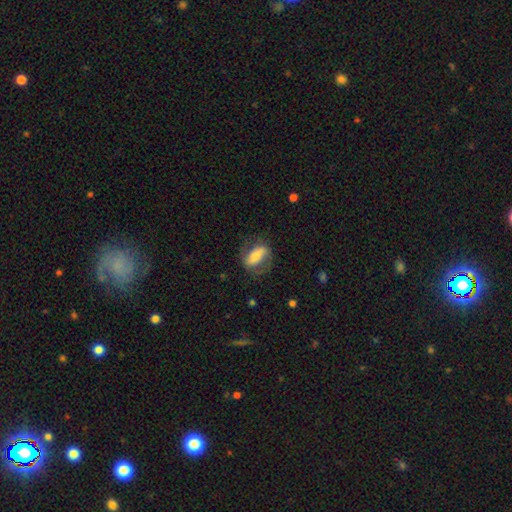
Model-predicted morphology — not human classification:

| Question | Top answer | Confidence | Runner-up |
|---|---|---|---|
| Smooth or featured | featured or disk | 49% | smooth (45%) |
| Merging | none | 67% | minor disturbance (19%) |